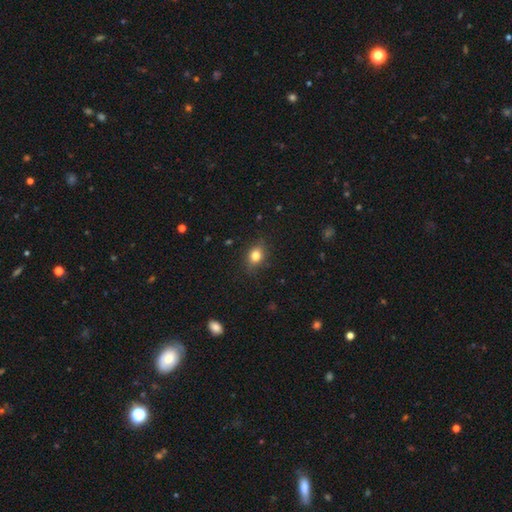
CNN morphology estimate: smooth 80%, star or artifact 11%, featured or disk 9%. Down the decision tree: how rounded — in between (60%); merging — none (83%).